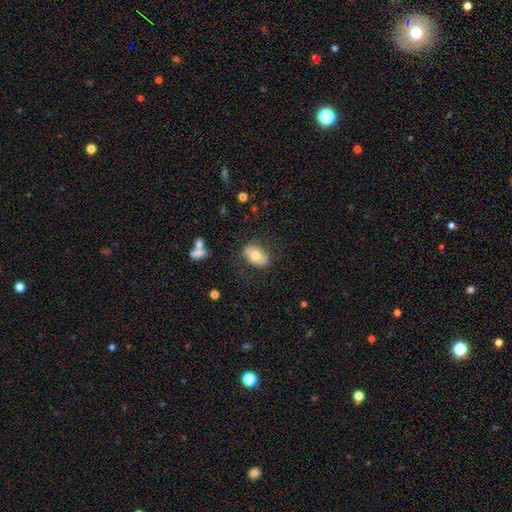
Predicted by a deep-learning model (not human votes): Smooth or featured: smooth — 69% (featured or disk — 23%)
How rounded: in between — 90% (round — 9%)
Merging: none — 74% (minor disturbance — 17%)